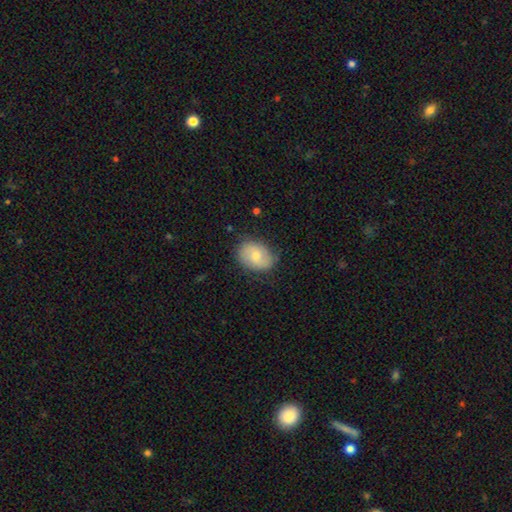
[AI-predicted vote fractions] A smooth galaxy with no disk features (51%) that is in between round and cigar-shaped (62%). Merging: none (77%).